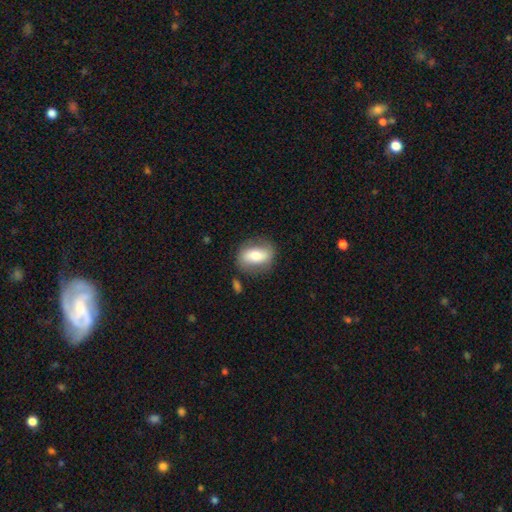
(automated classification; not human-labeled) smooth-or-featured: smooth: 58% | featured or disk: 35% | star or artifact: 7%
  how-rounded: in between: 75% | round: 21% | cigar-shaped: 4%
  merging: none: 75% | minor disturbance: 16% | major disturbance: 6% | merger: 3%